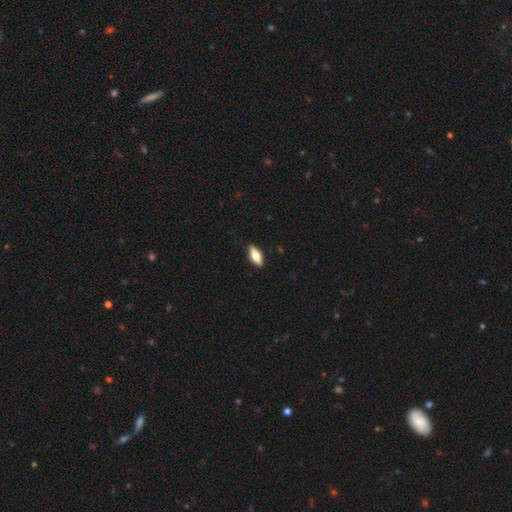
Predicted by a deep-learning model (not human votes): Q: Smooth or featured?
A: smooth (67%); runner-up: featured or disk (27%)
Q: How rounded?
A: in between (77%); runner-up: cigar-shaped (20%)
Q: Merging?
A: none (89%); runner-up: minor disturbance (8%)